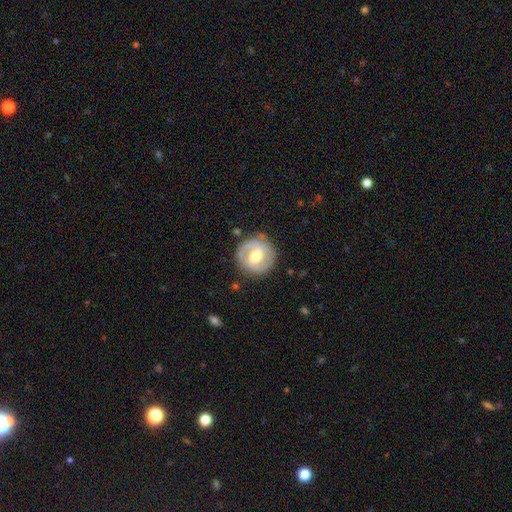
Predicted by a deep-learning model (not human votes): Smooth or featured: featured or disk — 69% (smooth — 26%)
Edge-on disk: no — 97% (yes — 3%)
Bar: weak — 49% (no — 27%)
Spiral arms: yes — 79% (no — 21%)
Spiral winding: medium — 43% (tight — 41%)
Spiral arm count: 2 — 84% (can't tell — 9%)
Bulge size: moderate — 71% (small — 20%)
Merging: none — 83% (minor disturbance — 12%)